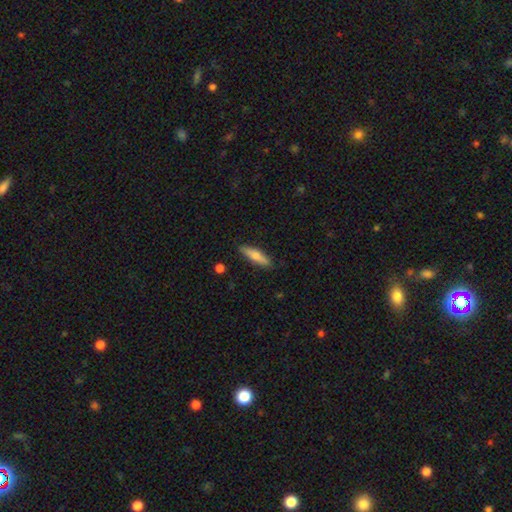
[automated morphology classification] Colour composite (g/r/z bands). It shows a smooth galaxy with no disk features (67%) that is cigar-shaped (72%). Merging: none (86%).